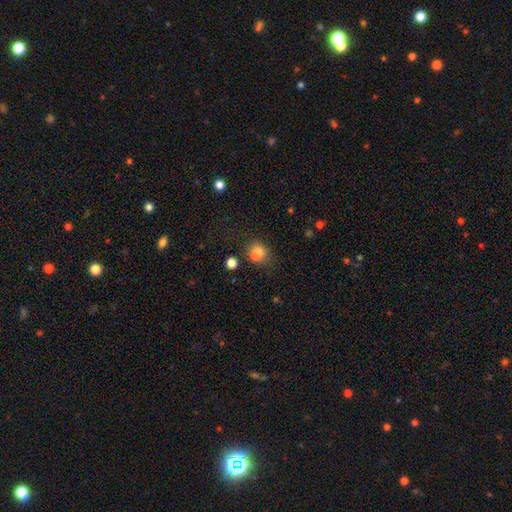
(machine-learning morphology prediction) A smooth galaxy with no disk features (70%) that is round (62%). Merging: none (43%).